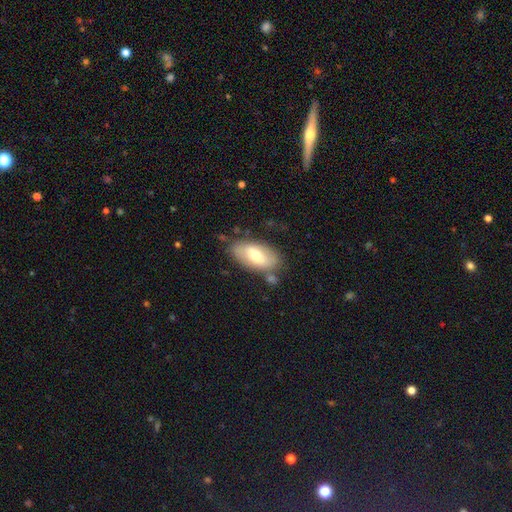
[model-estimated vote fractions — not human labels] smooth-or-featured: smooth: 57% | featured or disk: 36% | star or artifact: 6%
  how-rounded: in between: 92% | cigar-shaped: 4% | round: 4%
  merging: none: 72% | minor disturbance: 17% | merger: 7% | major disturbance: 5%